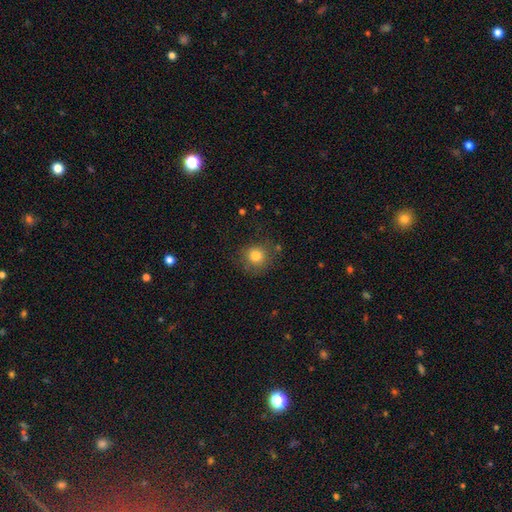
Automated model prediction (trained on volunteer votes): The model was most divided on "merging": none: 78%, minor disturbance: 14%, major disturbance: 5%, merger: 2%. More confident: how rounded — round (90%); smooth or featured — smooth (80%).